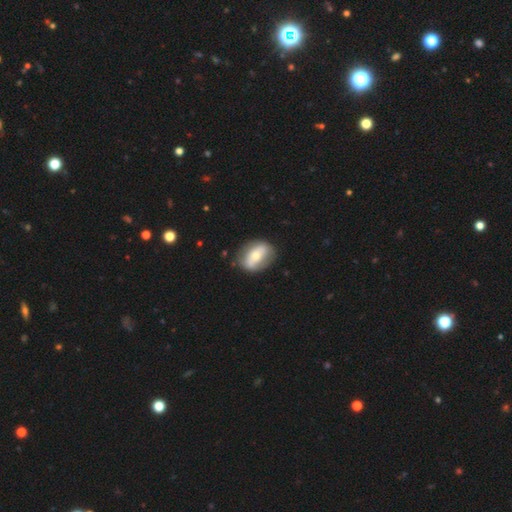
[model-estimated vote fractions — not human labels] Q: Smooth or featured?
A: smooth (50%); runner-up: featured or disk (44%)
Q: Merging?
A: none (78%); runner-up: minor disturbance (15%)